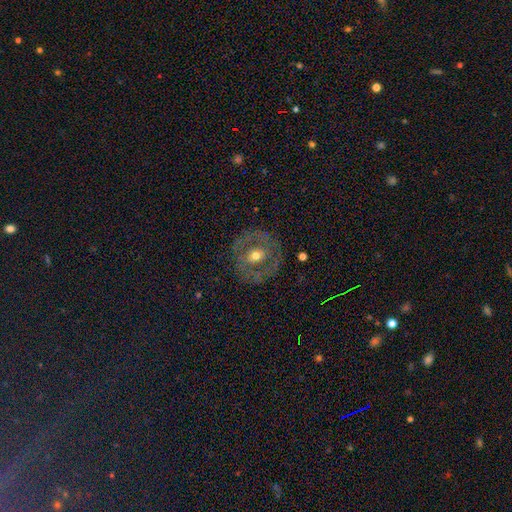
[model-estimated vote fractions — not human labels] Overall: featured or disk (57%; smooth 36%). Edge-on disk: no (95%). Bar: no (65%). Spiral arms: no (76%). Bulge size: moderate (70%). Merging: none (80%).